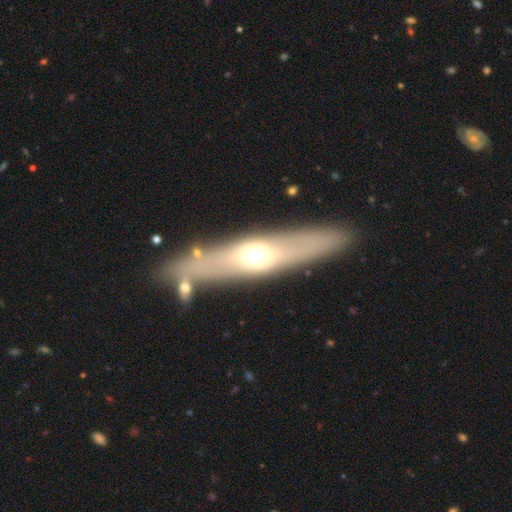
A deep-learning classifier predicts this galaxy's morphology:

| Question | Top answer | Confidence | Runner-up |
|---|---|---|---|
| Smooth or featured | featured or disk | 50% | smooth (43%) |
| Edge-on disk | yes | 72% | no (28%) |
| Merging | none | 83% | minor disturbance (9%) |